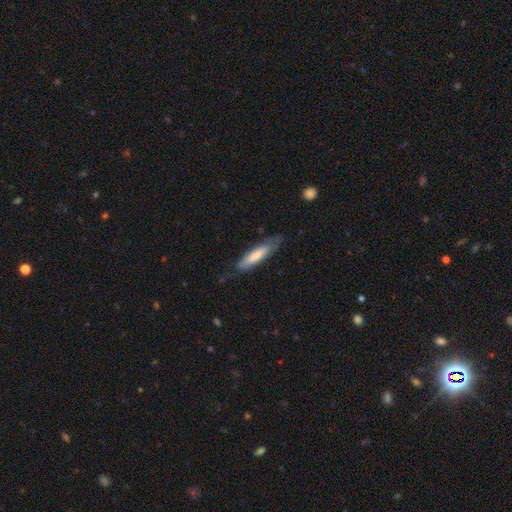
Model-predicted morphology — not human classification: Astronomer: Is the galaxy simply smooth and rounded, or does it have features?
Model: smooth — 68%.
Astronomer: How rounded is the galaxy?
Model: cigar-shaped — 73%.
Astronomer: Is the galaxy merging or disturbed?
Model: none — 65%.